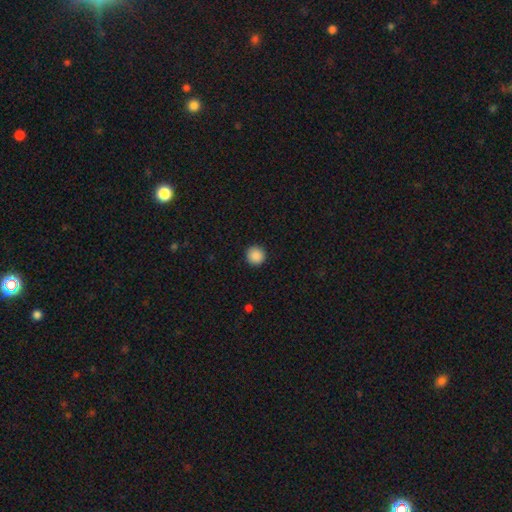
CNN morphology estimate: The model was most divided on "smooth or featured": smooth: 89%, star or artifact: 9%, featured or disk: 2%. More confident: how rounded — round (96%); merging — none (93%).